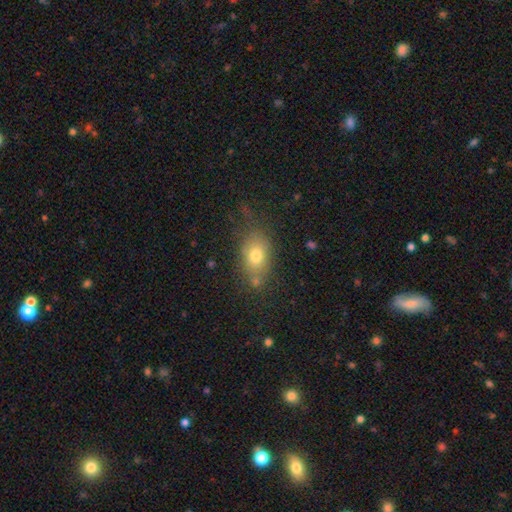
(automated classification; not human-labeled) Smooth or featured?
  - smooth: 74% *
  - featured or disk: 15%
  - star or artifact: 11%
How rounded?
  - in between: 78% *
  - round: 18%
  - cigar-shaped: 4%
Merging?
  - none: 66% *
  - minor disturbance: 20%
  - major disturbance: 8%
  - merger: 7%